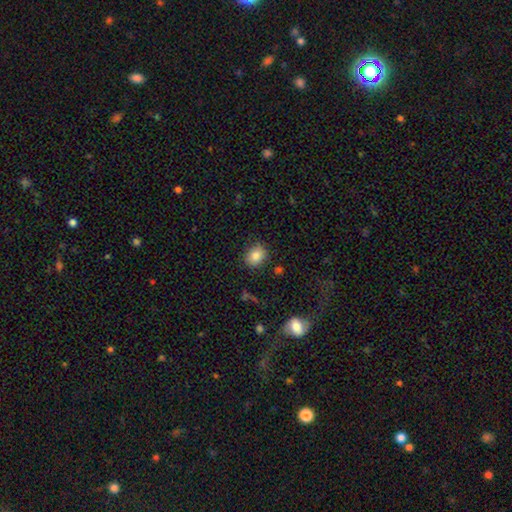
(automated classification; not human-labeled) smooth 84%, star or artifact 10%, featured or disk 7%. Down the decision tree: how rounded — round (59%); merging — none (84%).